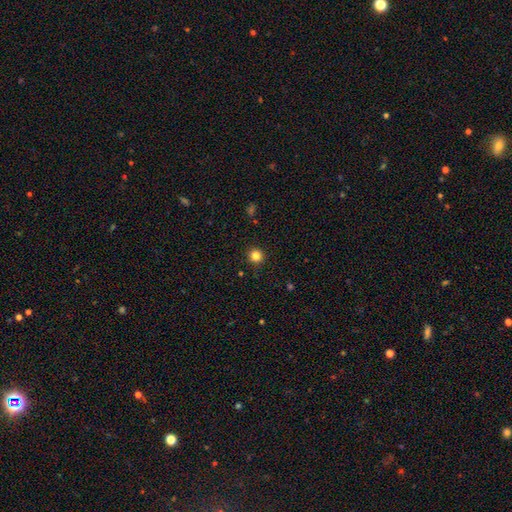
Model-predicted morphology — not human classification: A smooth galaxy with no disk features (83%) that is round (94%).

Vote fractions:
- Smooth or featured? smooth: 83% / star or artifact: 12% / featured or disk: 4%
- How rounded? round: 94% / in between: 5% / cigar-shaped: 1%
- Merging? none: 91% / minor disturbance: 6% / major disturbance: 2% / merger: 1%